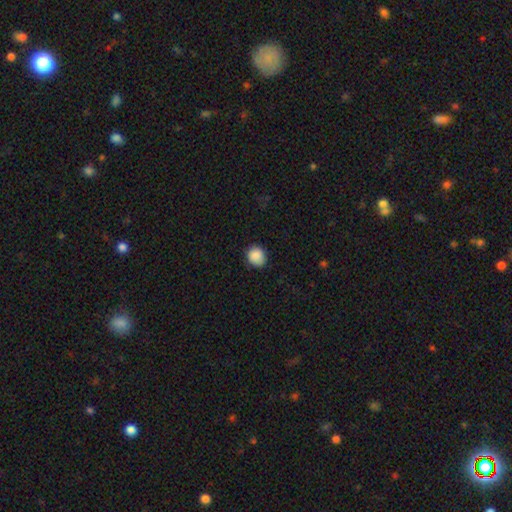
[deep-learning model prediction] Morphology: type=smooth (88%); roundness=round (75%); merging=none (84%).